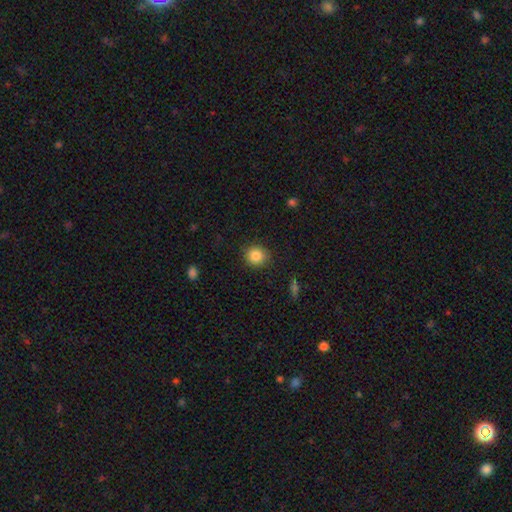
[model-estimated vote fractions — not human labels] This is clearly a smooth galaxy (86%). How rounded: clearly round (88%). Merging: clearly none (87%).